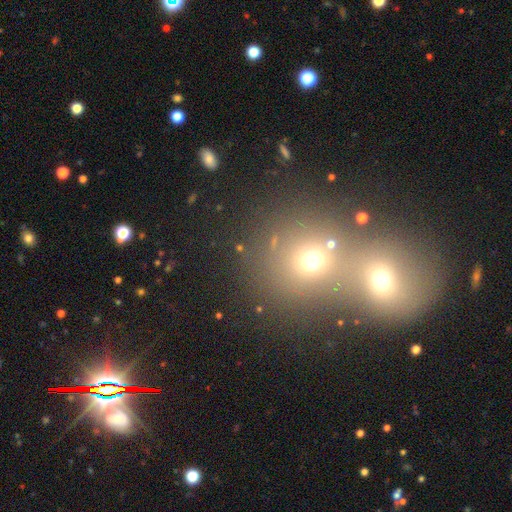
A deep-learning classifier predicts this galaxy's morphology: A smooth galaxy with no disk features (53%) that is round (82%). Merging: merger (60%).